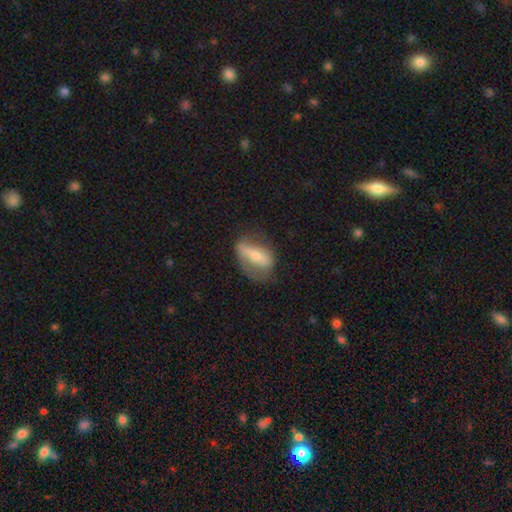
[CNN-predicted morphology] smooth_or_featured: featured or disk (p=0.52) [alt: smooth p=0.41]
disk_edge_on: no (p=0.81) [alt: yes p=0.19]
merging: none (p=0.55) [alt: minor disturbance p=0.26]